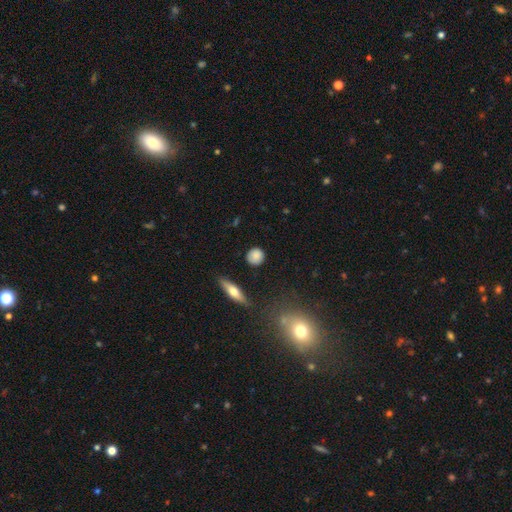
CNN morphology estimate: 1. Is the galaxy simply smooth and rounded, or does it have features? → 83% smooth, 9% featured or disk, 8% star or artifact.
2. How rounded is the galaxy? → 87% round, 10% in between, 3% cigar-shaped.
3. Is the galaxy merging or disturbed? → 85% none, 10% minor disturbance, 3% major disturbance, 2% merger.